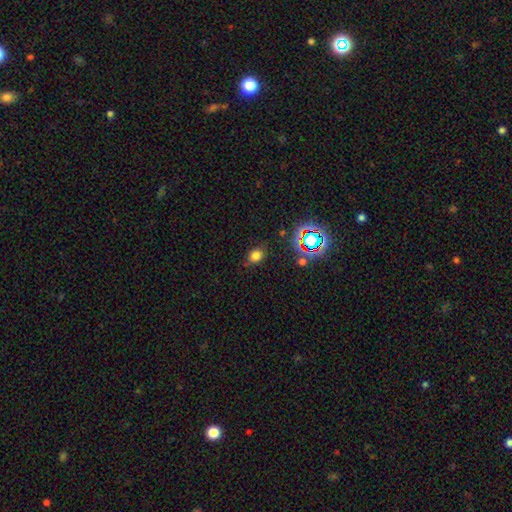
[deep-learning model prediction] Morphology: type=smooth (73%); roundness=in between (53%); merging=none (78%).